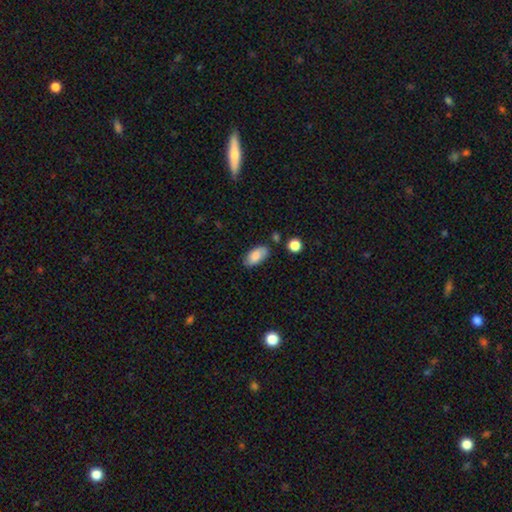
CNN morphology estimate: Q: Smooth or featured?
A: smooth (81%); runner-up: featured or disk (12%)
Q: How rounded?
A: in between (93%); runner-up: cigar-shaped (4%)
Q: Merging?
A: none (76%); runner-up: minor disturbance (17%)